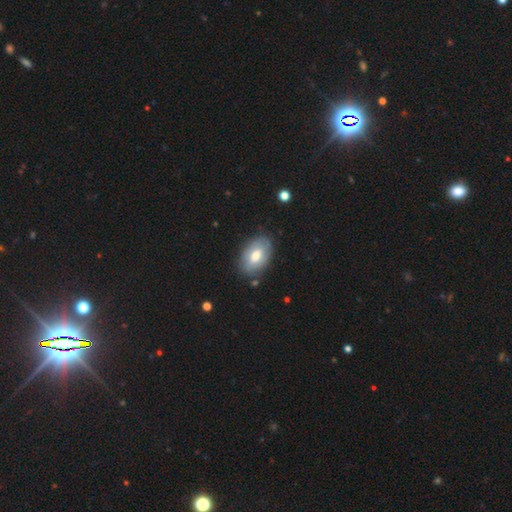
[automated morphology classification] Overall: smooth (65%; featured or disk 29%). How rounded: in between (92%). Merging: none (79%).